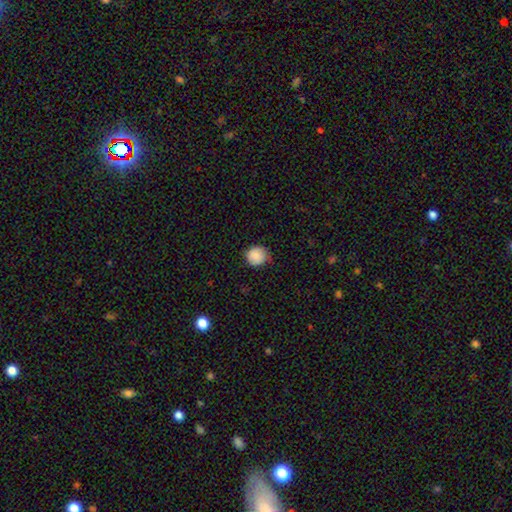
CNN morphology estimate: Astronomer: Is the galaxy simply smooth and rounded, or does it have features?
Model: smooth — 87%.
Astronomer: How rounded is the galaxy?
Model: round — 90%.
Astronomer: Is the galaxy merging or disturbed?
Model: none — 74%.